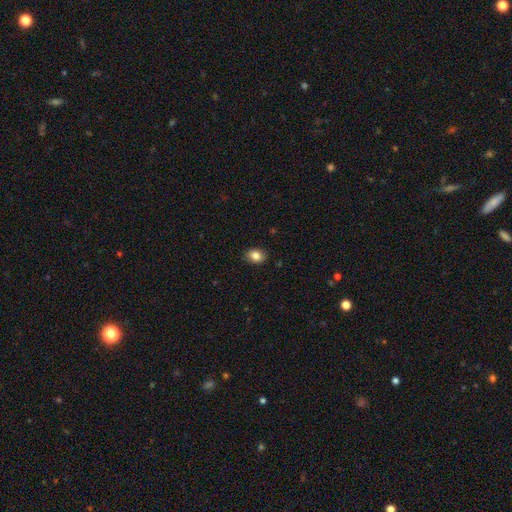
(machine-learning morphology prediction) Smooth or featured? smooth (85%)
How rounded? in between (60%)
Merging? none (87%)